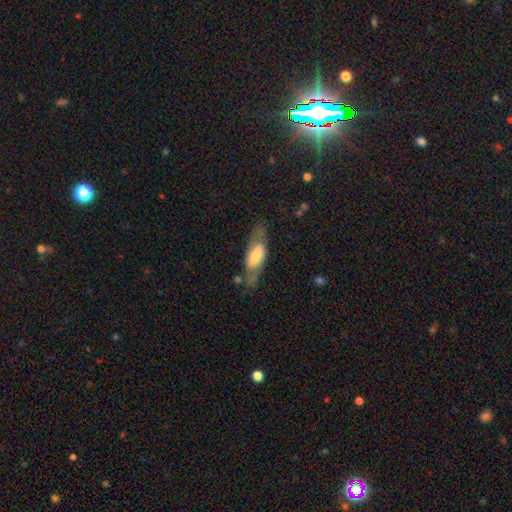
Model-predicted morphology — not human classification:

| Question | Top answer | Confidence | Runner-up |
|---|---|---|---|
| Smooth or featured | featured or disk | 50% | smooth (44%) |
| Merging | none | 66% | minor disturbance (19%) |